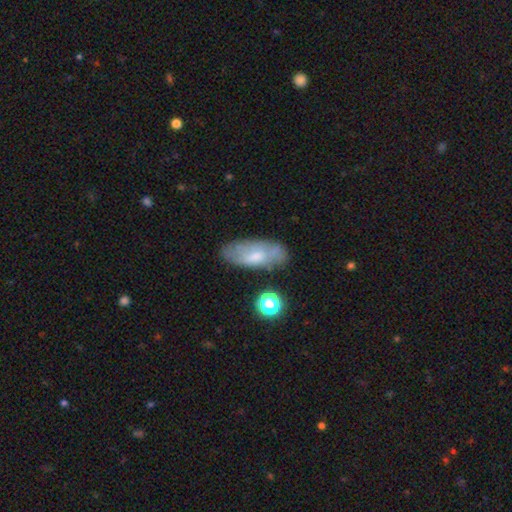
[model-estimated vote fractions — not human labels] Overall: smooth (57%; featured or disk 35%). How rounded: in between (80%). Merging: none (68%).